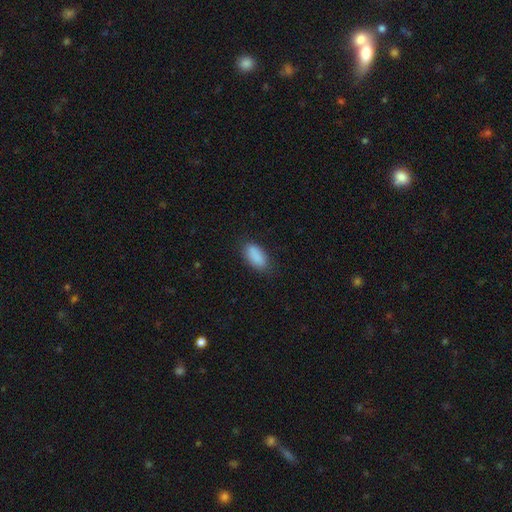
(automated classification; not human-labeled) This is clearly a smooth galaxy (89%). How rounded: clearly in between (90%). Merging: clearly none (83%).